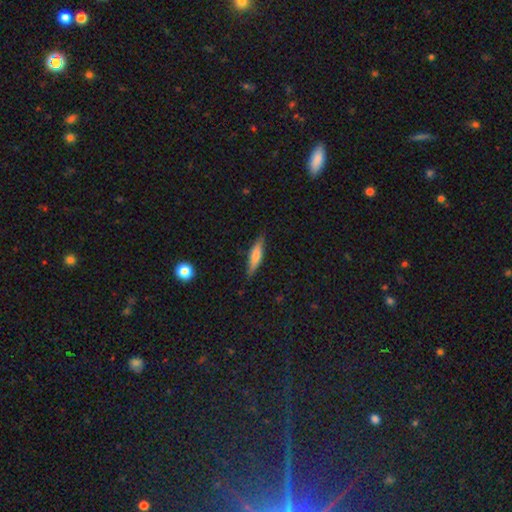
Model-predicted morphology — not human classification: Smooth or featured? smooth (66%)
How rounded? cigar-shaped (76%)
Merging? none (83%)